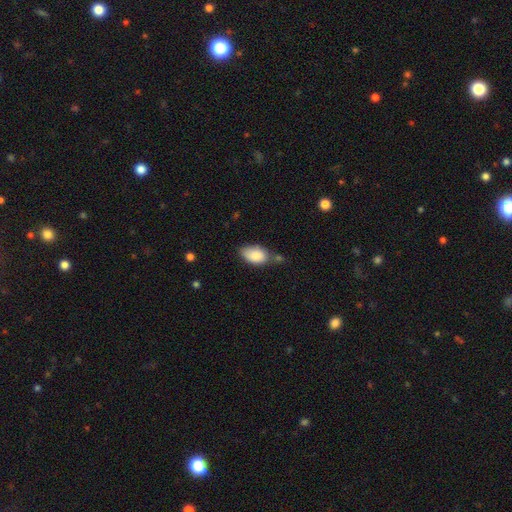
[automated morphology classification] smooth_or_featured: smooth (p=0.85) [alt: featured or disk p=0.08]
how_rounded: in between (p=0.93) [alt: round p=0.05]
merging: none (p=0.58) [alt: minor disturbance p=0.26]